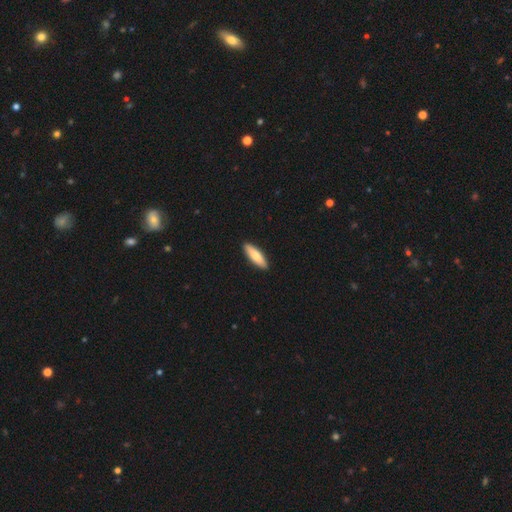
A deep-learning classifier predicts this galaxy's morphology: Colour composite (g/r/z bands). It shows a smooth galaxy with no disk features (77%) that is cigar-shaped (58%). Merging: none (91%).